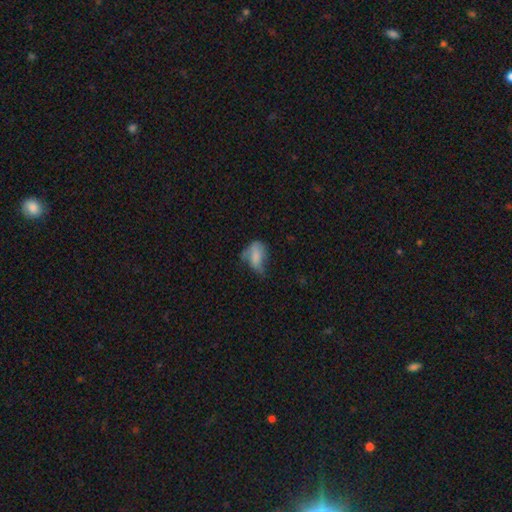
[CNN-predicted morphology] Q: Smooth or featured?
A: smooth (64%); runner-up: featured or disk (25%)
Q: How rounded?
A: in between (87%); runner-up: round (9%)
Q: Merging?
A: major disturbance (34%); runner-up: minor disturbance (33%)